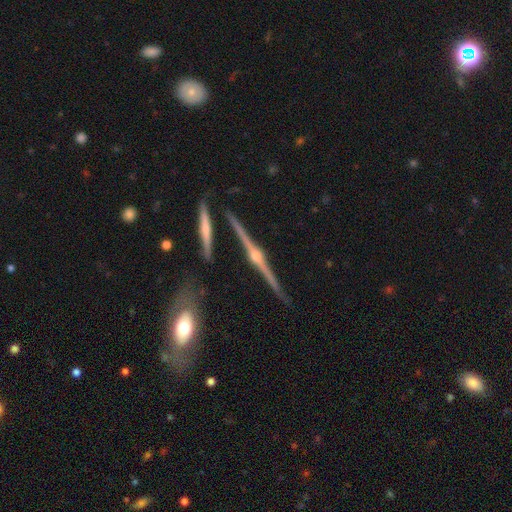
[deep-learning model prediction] Q: Smooth or featured?
A: featured or disk (84%); runner-up: smooth (9%)
Q: Edge-on disk?
A: yes (97%); runner-up: no (3%)
Q: Edge-on bulge?
A: rounded (91%); runner-up: none (5%)
Q: Merging?
A: none (81%); runner-up: minor disturbance (10%)